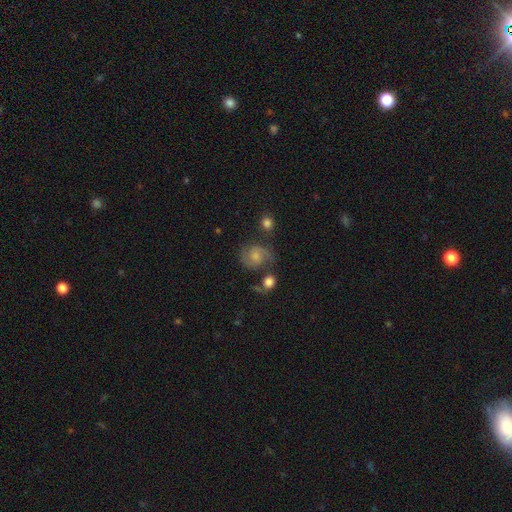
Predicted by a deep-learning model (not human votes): Morphology: type=featured or disk (61%); edge-on=no (98%); bar=no (65%); spiral arms=yes (91%); winding=medium (51%); arm count=2 (86%); bulge=moderate (41%); merging=none (59%).